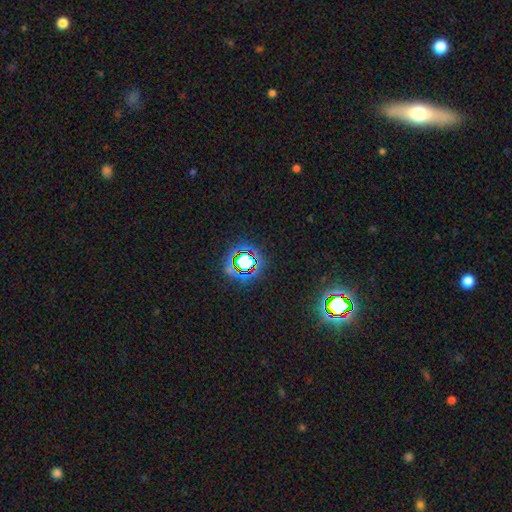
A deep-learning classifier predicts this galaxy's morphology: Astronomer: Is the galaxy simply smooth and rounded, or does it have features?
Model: star or artifact — 74%.